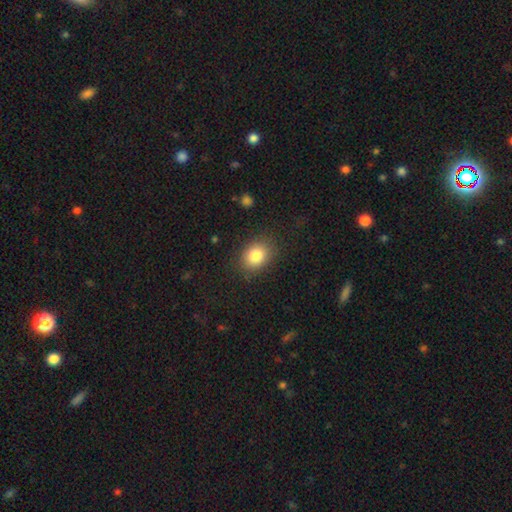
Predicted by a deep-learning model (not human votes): Morphology: type=smooth (83%); roundness=in between (60%); merging=none (84%).